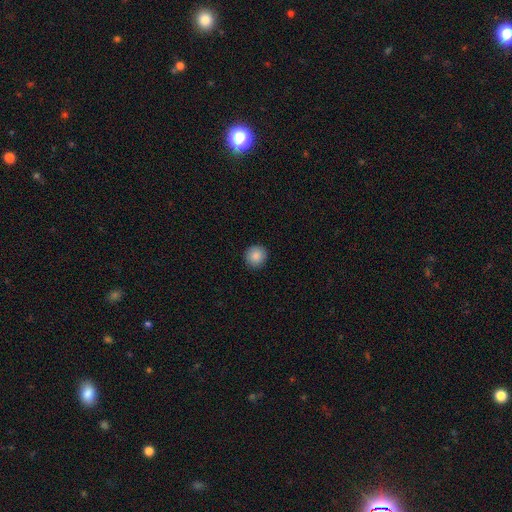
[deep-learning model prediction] Smooth or featured? Predicted: smooth (p=0.87). How rounded? Predicted: round (p=0.94). Merging? Predicted: none (p=0.92).